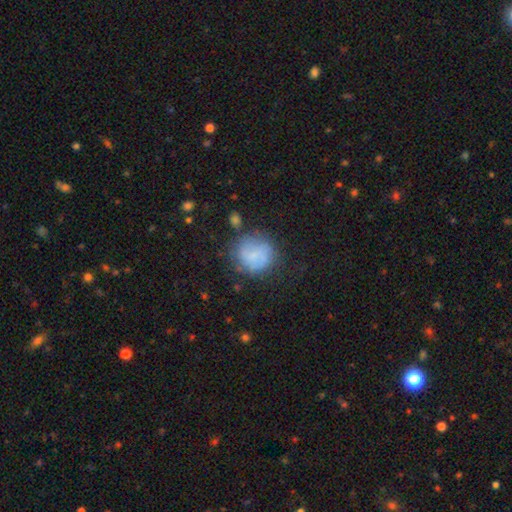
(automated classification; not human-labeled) Morphology: type=smooth (61%); roundness=round (86%); merging=none (58%).